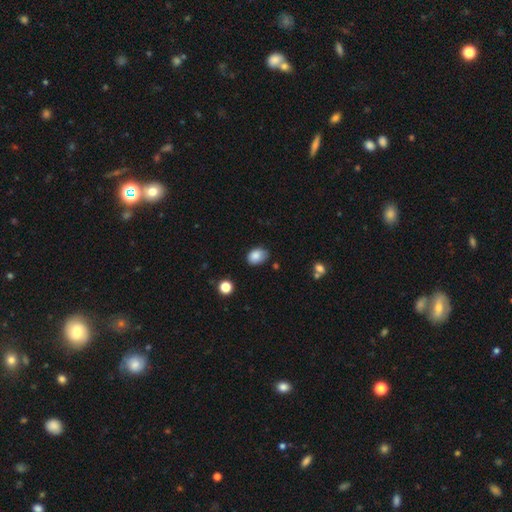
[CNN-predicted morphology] A smooth galaxy with no disk features (84%) that is in between round and cigar-shaped (74%).

Vote fractions:
- Smooth or featured? smooth: 84% / star or artifact: 9% / featured or disk: 7%
- How rounded? in between: 74% / round: 25% / cigar-shaped: 1%
- Merging? none: 64% / minor disturbance: 28% / major disturbance: 5% / merger: 3%